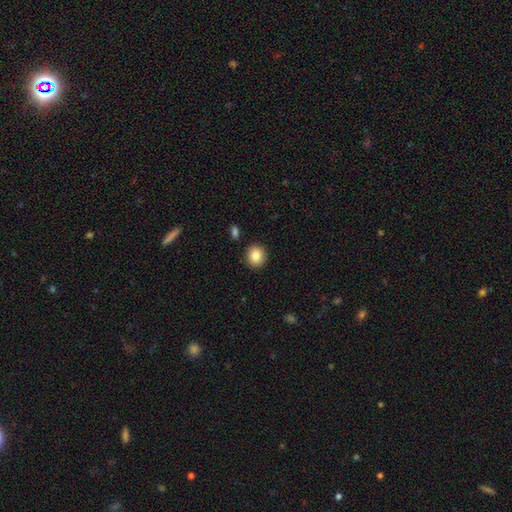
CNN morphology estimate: This appears to be a smooth galaxy with no disk features (85%) that is round (87%). Merging: none (90%).